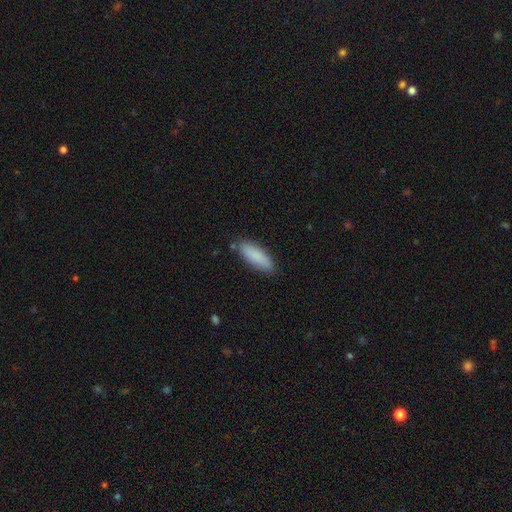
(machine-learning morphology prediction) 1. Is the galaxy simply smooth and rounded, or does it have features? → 87% smooth, 8% featured or disk, 6% star or artifact.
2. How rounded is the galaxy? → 53% in between, 46% cigar-shaped, 2% round.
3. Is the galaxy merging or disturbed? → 82% none, 13% minor disturbance, 2% major disturbance, 2% merger.